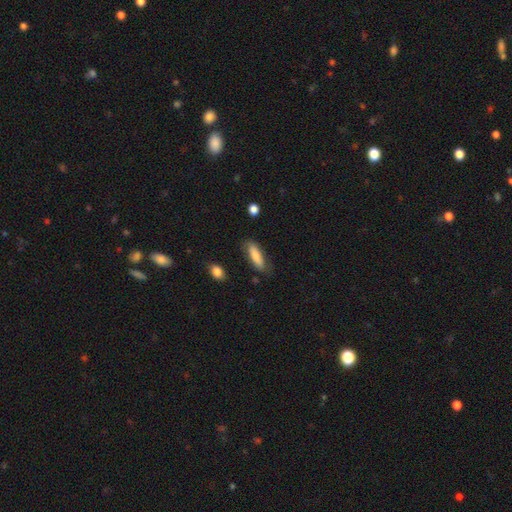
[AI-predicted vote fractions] Smooth or featured? Predicted: smooth (p=0.79). How rounded? Predicted: in between (p=0.49, tied with cigar-shaped). Merging? Predicted: none (p=0.75).